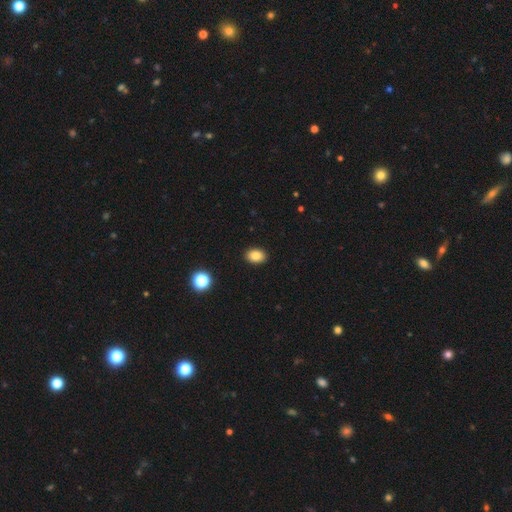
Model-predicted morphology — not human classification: Q: Smooth or featured?
A: smooth (85%); runner-up: star or artifact (10%)
Q: How rounded?
A: in between (77%); runner-up: round (22%)
Q: Merging?
A: none (91%); runner-up: minor disturbance (7%)